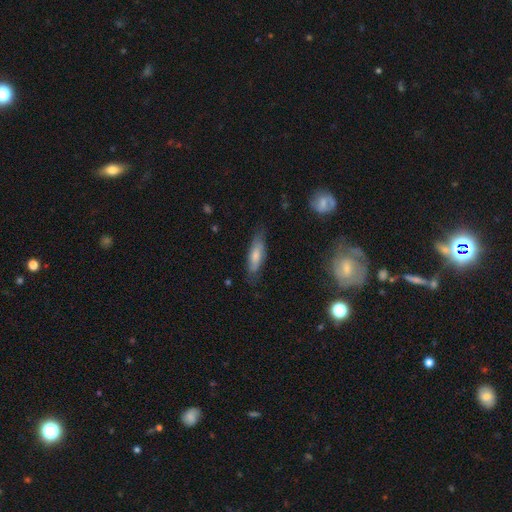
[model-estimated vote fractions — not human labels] Q: Smooth or featured?
A: smooth (69%); runner-up: featured or disk (25%)
Q: How rounded?
A: cigar-shaped (53%); runner-up: in between (45%)
Q: Merging?
A: none (72%); runner-up: minor disturbance (22%)